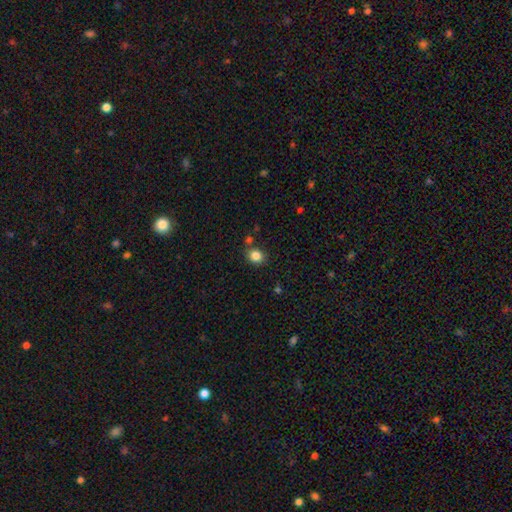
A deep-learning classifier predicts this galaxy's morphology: Smooth or featured? smooth (84%)
How rounded? round (75%)
Merging? none (79%)